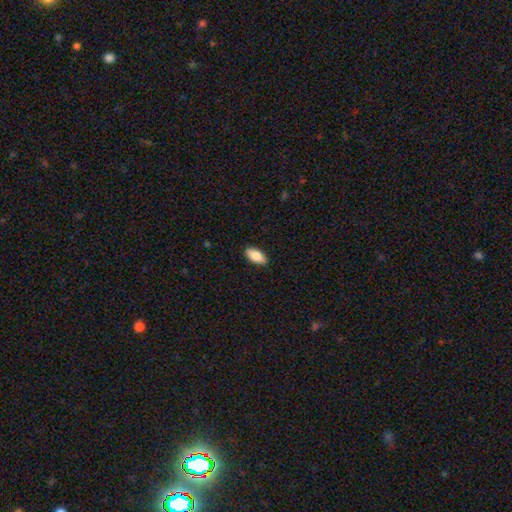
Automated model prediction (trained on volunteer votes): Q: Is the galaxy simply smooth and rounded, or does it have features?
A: smooth — 85%.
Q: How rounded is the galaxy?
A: in between — 91%.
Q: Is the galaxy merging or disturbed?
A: none — 89%.